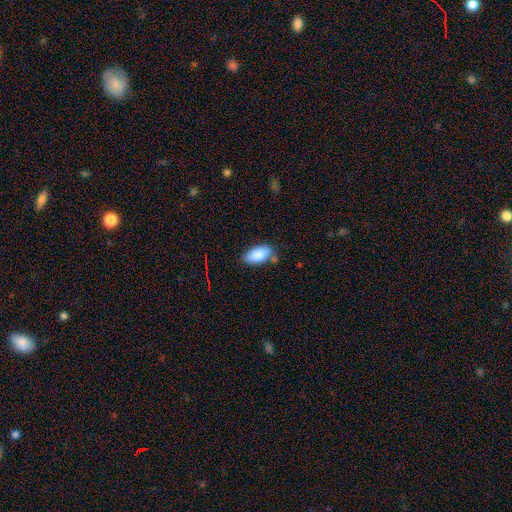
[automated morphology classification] smooth 86%, featured or disk 7%, star or artifact 7%. Down the decision tree: how rounded — in between (91%); merging — none (72%).